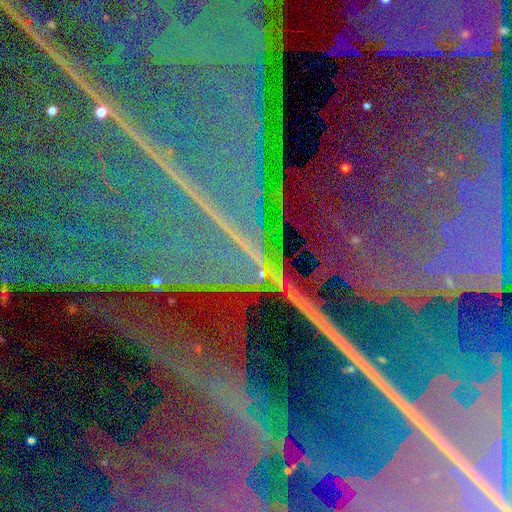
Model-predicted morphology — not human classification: Smooth or featured?
  - star or artifact: 90% *
  - featured or disk: 6%
  - smooth: 4%